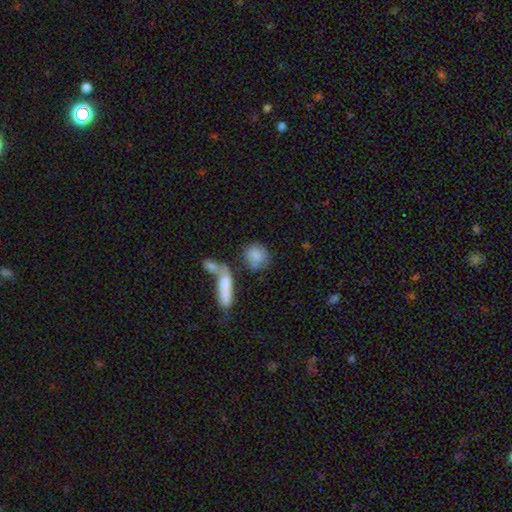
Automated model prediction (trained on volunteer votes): Smooth or featured: smooth — 78% (featured or disk — 16%)
How rounded: round — 60% (in between — 35%)
Merging: none — 51% (merger — 23%)